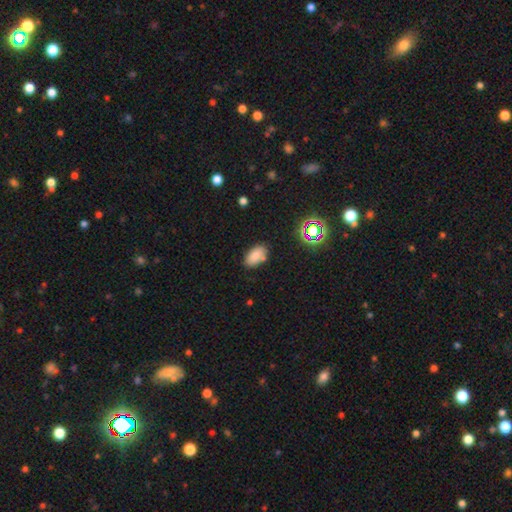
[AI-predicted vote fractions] Smooth or featured?
  - smooth: 79% *
  - star or artifact: 13%
  - featured or disk: 8%
How rounded?
  - in between: 92% *
  - round: 6%
  - cigar-shaped: 2%
Merging?
  - none: 75% *
  - minor disturbance: 16%
  - merger: 6%
  - major disturbance: 3%